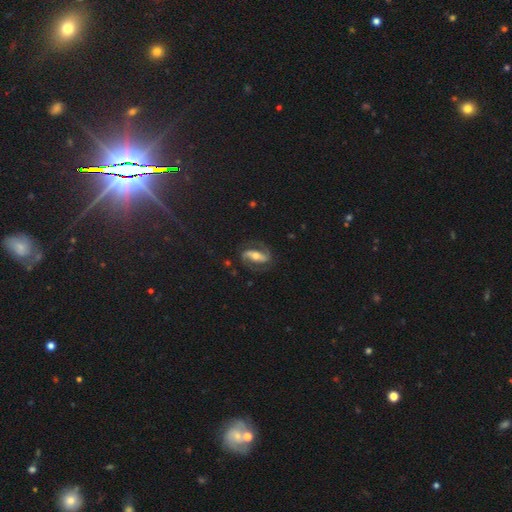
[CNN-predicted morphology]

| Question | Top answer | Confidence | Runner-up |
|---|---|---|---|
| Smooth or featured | featured or disk | 84% | smooth (10%) |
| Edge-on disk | no | 95% | yes (5%) |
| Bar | strong | 53% | weak (26%) |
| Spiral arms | yes | 95% | no (5%) |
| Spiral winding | medium | 50% | loose (27%) |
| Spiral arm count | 2 | 92% | can't tell (3%) |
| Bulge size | moderate | 64% | small (26%) |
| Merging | none | 78% | minor disturbance (13%) |